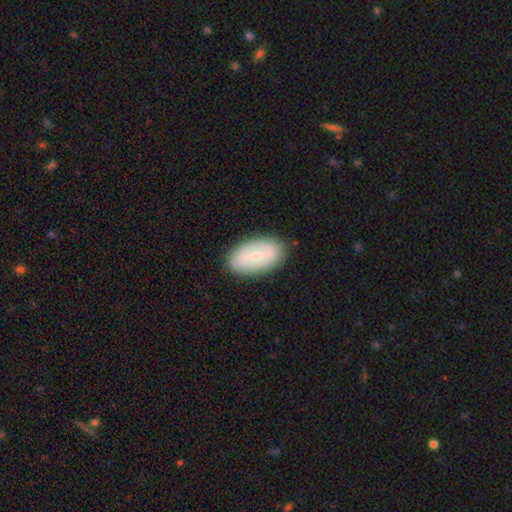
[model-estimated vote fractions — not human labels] Overall: featured or disk (48%; smooth 46%). Merging: none (87%).